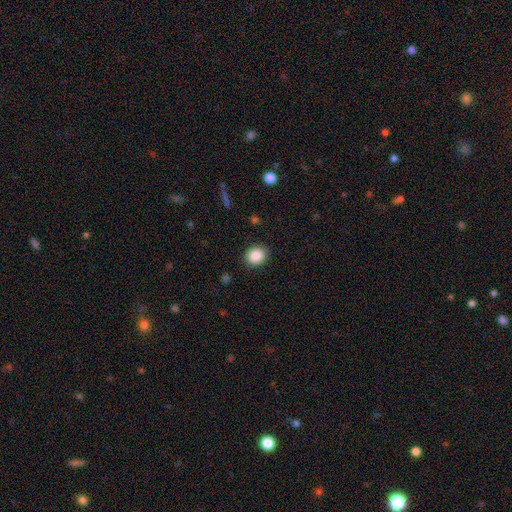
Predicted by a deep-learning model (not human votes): smooth-or-featured: smooth: 88% | star or artifact: 8% | featured or disk: 3%
  how-rounded: round: 68% | in between: 31% | cigar-shaped: 1%
  merging: none: 88% | minor disturbance: 8% | major disturbance: 3% | merger: 1%